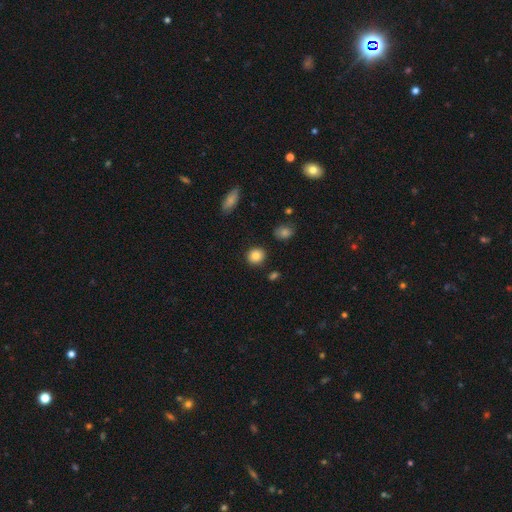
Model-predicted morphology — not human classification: smooth_or_featured: smooth (p=0.85) [alt: star or artifact p=0.09]
how_rounded: round (p=0.82) [alt: in between p=0.17]
merging: none (p=0.89) [alt: minor disturbance p=0.07]